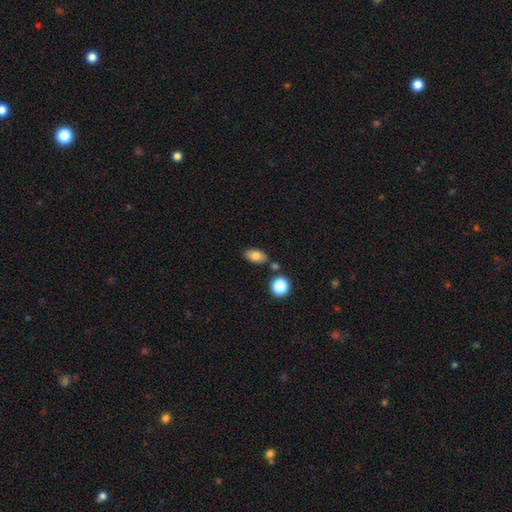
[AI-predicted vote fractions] Smooth or featured?
  - smooth: 78% *
  - featured or disk: 11%
  - star or artifact: 10%
How rounded?
  - in between: 88% *
  - round: 8%
  - cigar-shaped: 4%
Merging?
  - none: 76% *
  - minor disturbance: 14%
  - merger: 8%
  - major disturbance: 3%